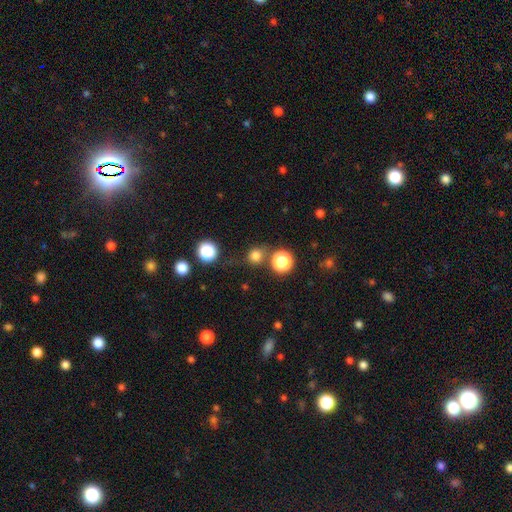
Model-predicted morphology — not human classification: smooth_or_featured: smooth (p=0.76) [alt: star or artifact p=0.19]
how_rounded: round (p=0.85) [alt: in between p=0.14]
merging: none (p=0.75) [alt: minor disturbance p=0.12]